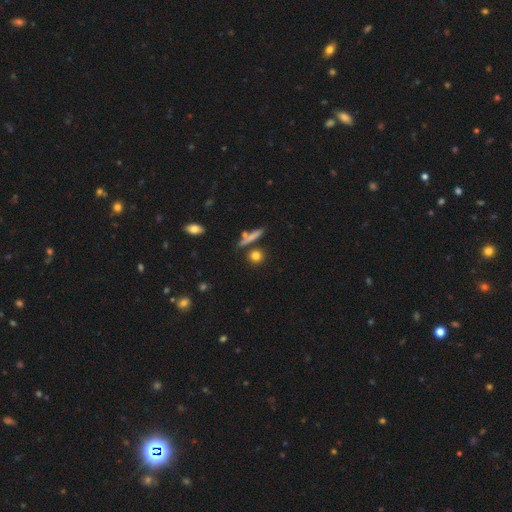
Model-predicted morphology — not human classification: smooth-or-featured: smooth: 78% | star or artifact: 11% | featured or disk: 11%
  how-rounded: round: 70% | cigar-shaped: 16% | in between: 14%
  merging: none: 79% | merger: 9% | minor disturbance: 9% | major disturbance: 3%